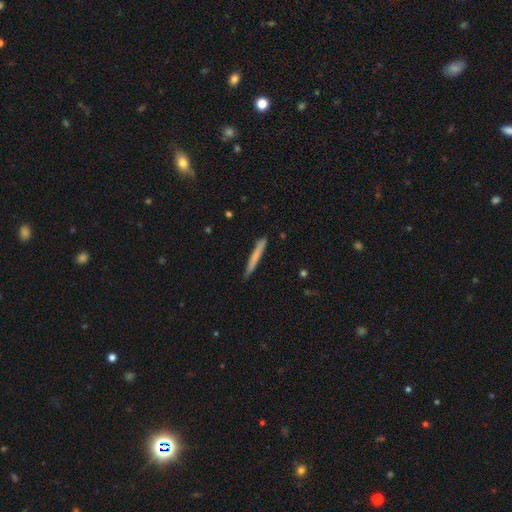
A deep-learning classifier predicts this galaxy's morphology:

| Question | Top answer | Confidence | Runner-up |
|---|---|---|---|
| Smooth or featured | smooth | 67% | featured or disk (28%) |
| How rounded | cigar-shaped | 97% | in between (2%) |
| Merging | none | 86% | minor disturbance (11%) |